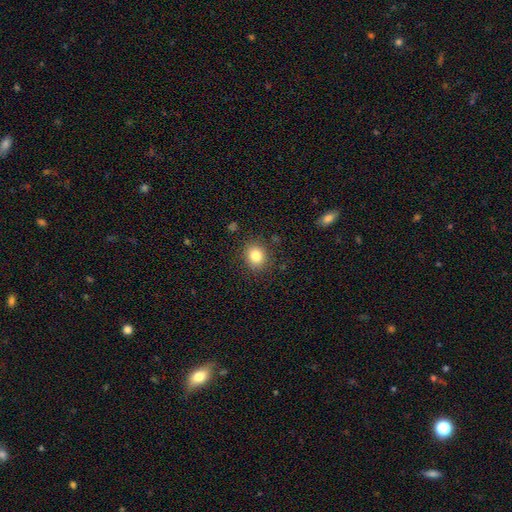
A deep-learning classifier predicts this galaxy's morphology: This is clearly a smooth galaxy (83%). How rounded: likely round (74%). Merging: clearly none (87%).